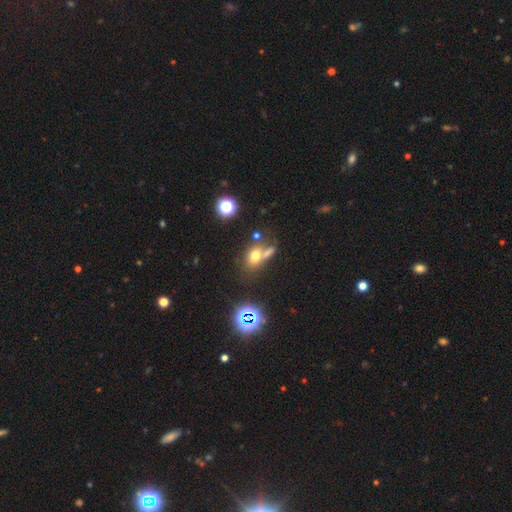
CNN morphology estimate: Smooth or featured?
  - smooth: 66% *
  - star or artifact: 19%
  - featured or disk: 15%
How rounded?
  - in between: 55% *
  - round: 43%
  - cigar-shaped: 2%
Merging?
  - none: 43% *
  - merger: 36%
  - minor disturbance: 12%
  - major disturbance: 8%